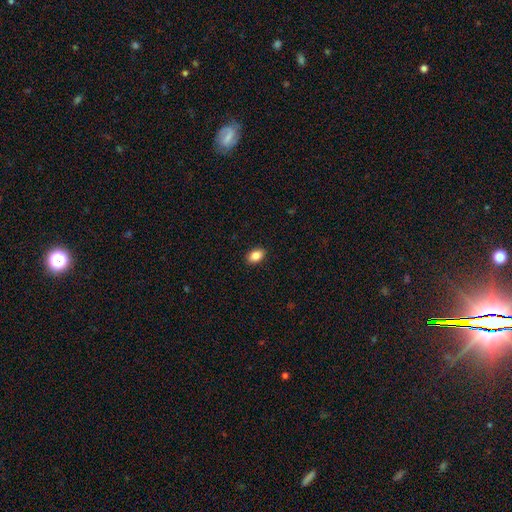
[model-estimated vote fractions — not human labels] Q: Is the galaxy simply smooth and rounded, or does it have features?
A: smooth — 86%.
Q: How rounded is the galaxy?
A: in between — 86%.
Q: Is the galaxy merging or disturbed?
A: none — 90%.